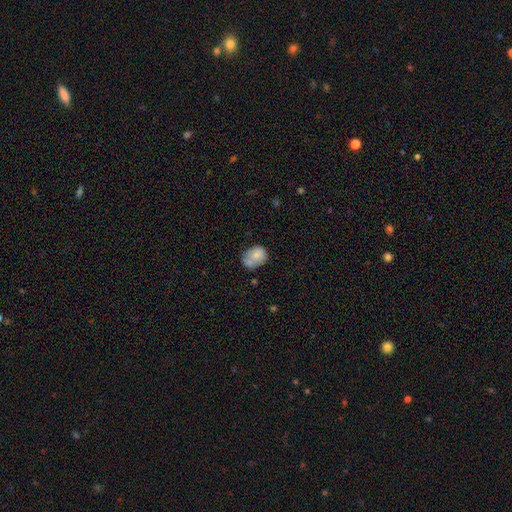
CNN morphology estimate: Q: Smooth or featured?
A: smooth (77%); runner-up: featured or disk (15%)
Q: How rounded?
A: in between (60%); runner-up: round (39%)
Q: Merging?
A: none (44%); runner-up: minor disturbance (26%)